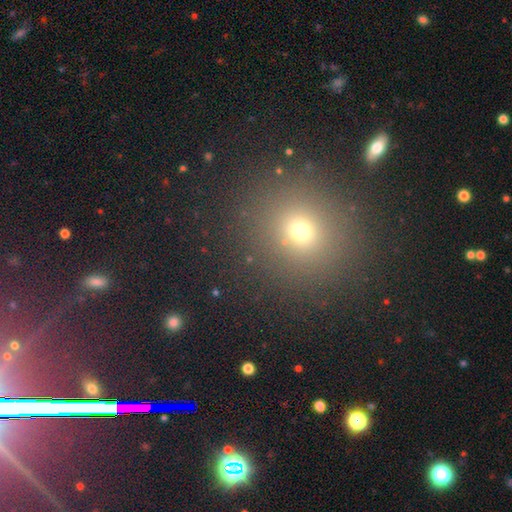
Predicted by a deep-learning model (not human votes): Q: Smooth or featured?
A: smooth (51%); runner-up: star or artifact (39%)
Q: How rounded?
A: round (88%); runner-up: in between (11%)
Q: Merging?
A: none (90%); runner-up: minor disturbance (6%)